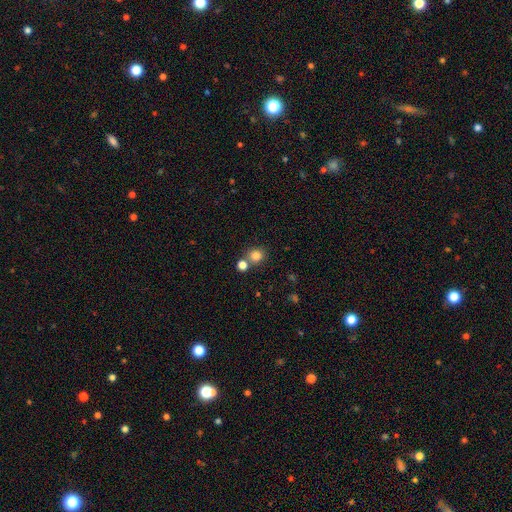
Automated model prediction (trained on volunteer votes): Smooth or featured? Predicted: smooth (p=0.82). How rounded? Predicted: round (p=0.88). Merging? Predicted: none (p=0.68).